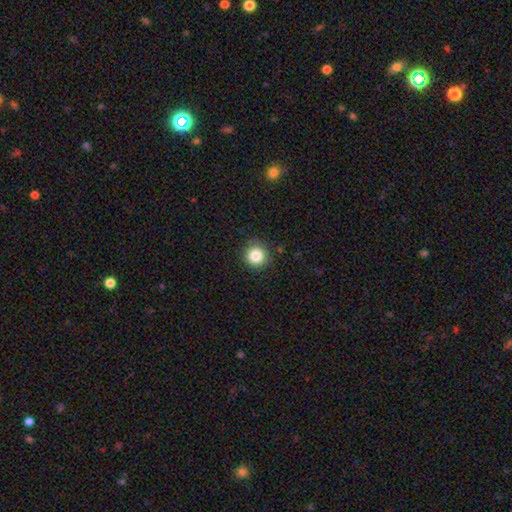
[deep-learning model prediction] smooth-or-featured: smooth: 84% | star or artifact: 11% | featured or disk: 5%
  how-rounded: round: 94% | in between: 5% | cigar-shaped: 1%
  merging: none: 89% | minor disturbance: 8% | major disturbance: 2% | merger: 1%